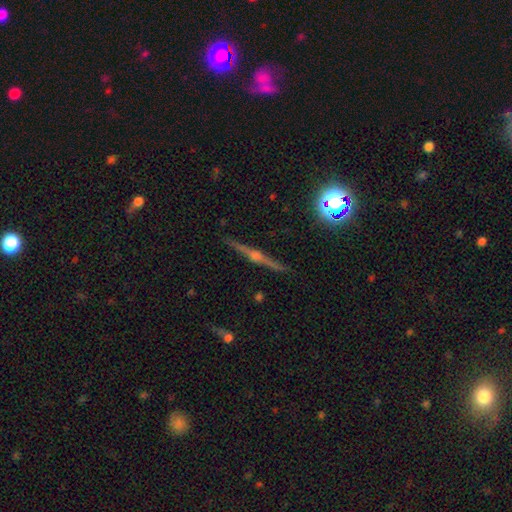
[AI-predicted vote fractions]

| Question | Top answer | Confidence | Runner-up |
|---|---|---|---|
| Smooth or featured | featured or disk | 81% | star or artifact (10%) |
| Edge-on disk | yes | 98% | no (2%) |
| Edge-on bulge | rounded | 90% | boxy (6%) |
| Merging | none | 91% | minor disturbance (6%) |